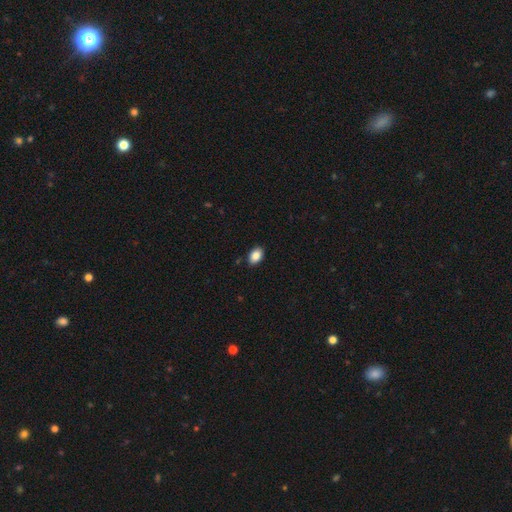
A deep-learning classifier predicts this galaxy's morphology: Q: Smooth or featured?
A: smooth (87%); runner-up: star or artifact (8%)
Q: How rounded?
A: in between (85%); runner-up: round (14%)
Q: Merging?
A: none (88%); runner-up: minor disturbance (9%)